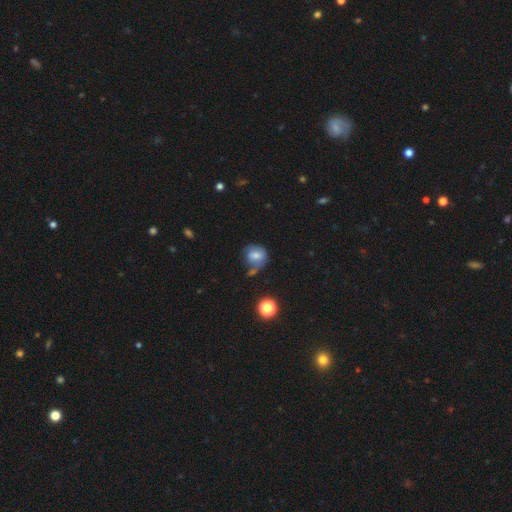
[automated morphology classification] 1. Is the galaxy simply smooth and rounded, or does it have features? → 63% smooth, 25% featured or disk, 11% star or artifact.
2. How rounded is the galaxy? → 65% round, 33% in between, 1% cigar-shaped.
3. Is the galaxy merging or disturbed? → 44% none, 25% minor disturbance, 16% merger, 15% major disturbance.